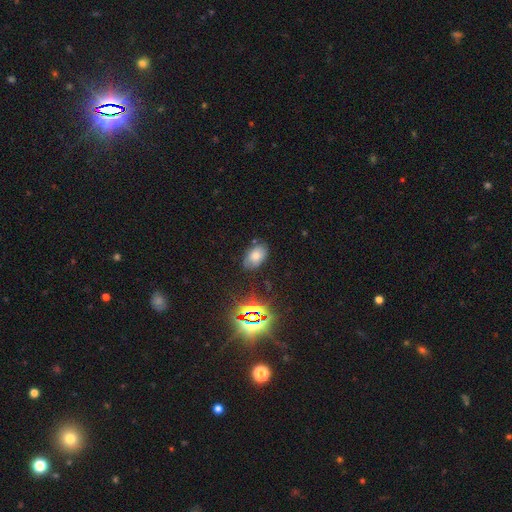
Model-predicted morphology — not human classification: This appears to be a smooth galaxy with no disk features (55%) that is in between round and cigar-shaped (88%). Merging: none (77%).